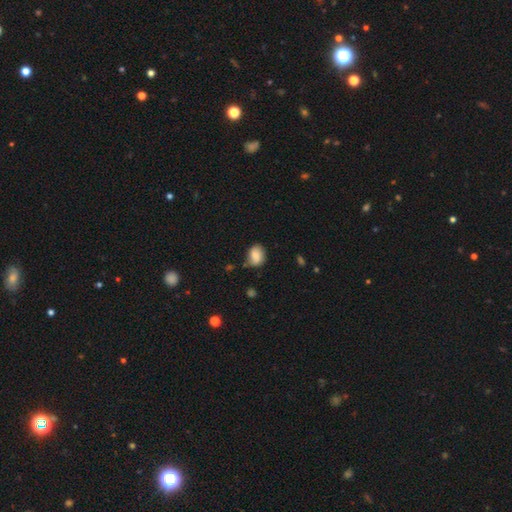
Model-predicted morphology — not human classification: A smooth galaxy with no disk features (76%) that is in between round and cigar-shaped (59%).

Vote fractions:
- Smooth or featured? smooth: 76% / featured or disk: 16% / star or artifact: 9%
- How rounded? in between: 59% / round: 40% / cigar-shaped: 1%
- Merging? none: 61% / minor disturbance: 28% / major disturbance: 7% / merger: 4%